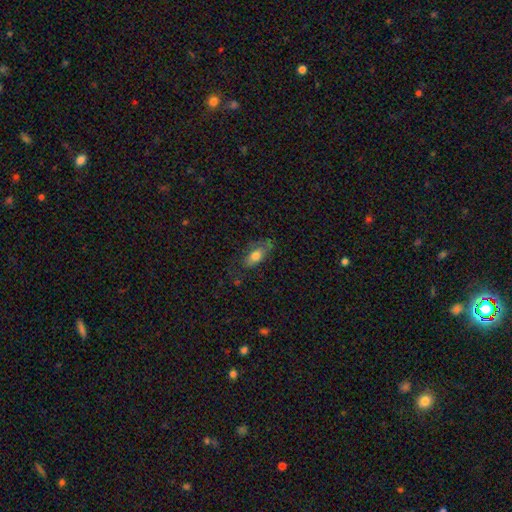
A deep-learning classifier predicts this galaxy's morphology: Q: Smooth or featured?
A: smooth (70%); runner-up: featured or disk (23%)
Q: How rounded?
A: in between (80%); runner-up: cigar-shaped (16%)
Q: Merging?
A: none (60%); runner-up: minor disturbance (26%)